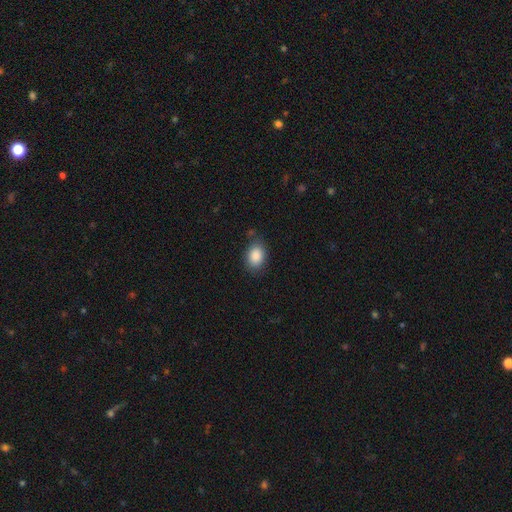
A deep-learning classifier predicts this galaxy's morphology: Smooth or featured? smooth (88%)
How rounded? in between (71%)
Merging? none (79%)